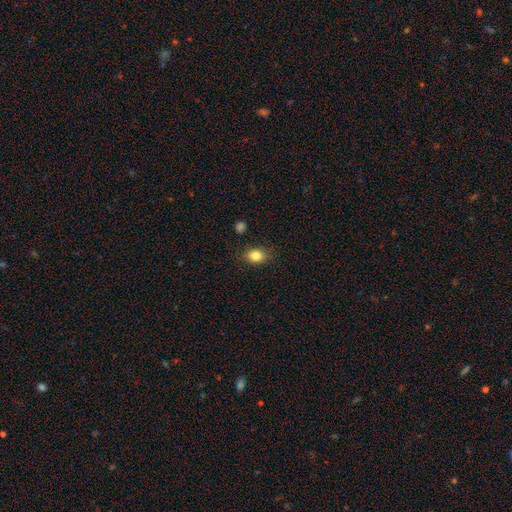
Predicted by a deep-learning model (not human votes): Smooth or featured? Predicted: smooth (p=0.83). How rounded? Predicted: in between (p=0.62). Merging? Predicted: none (p=0.81).